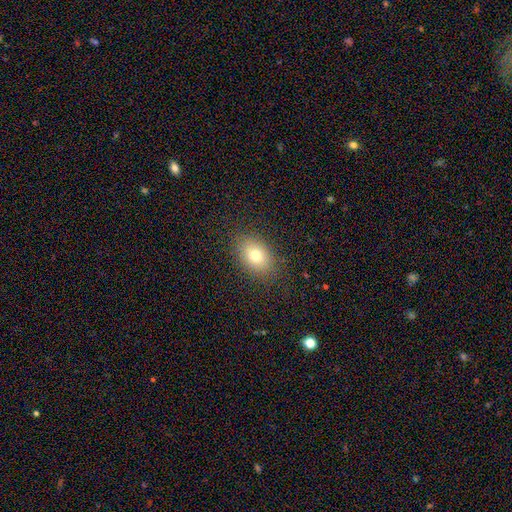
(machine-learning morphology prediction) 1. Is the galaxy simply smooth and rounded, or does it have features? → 75% smooth, 13% featured or disk, 12% star or artifact.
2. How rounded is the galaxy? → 77% in between, 22% round, 1% cigar-shaped.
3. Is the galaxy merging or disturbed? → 85% none, 10% minor disturbance, 4% major disturbance, 1% merger.